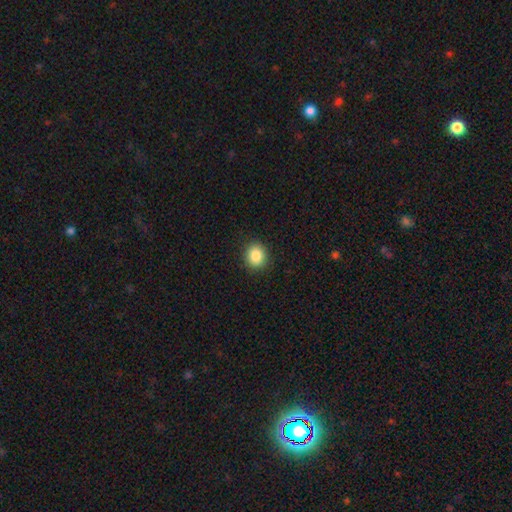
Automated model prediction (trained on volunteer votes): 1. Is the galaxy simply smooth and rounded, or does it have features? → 87% smooth, 9% star or artifact, 4% featured or disk.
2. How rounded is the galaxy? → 73% round, 26% in between, 1% cigar-shaped.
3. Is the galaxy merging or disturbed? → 90% none, 7% minor disturbance, 2% major disturbance, 1% merger.